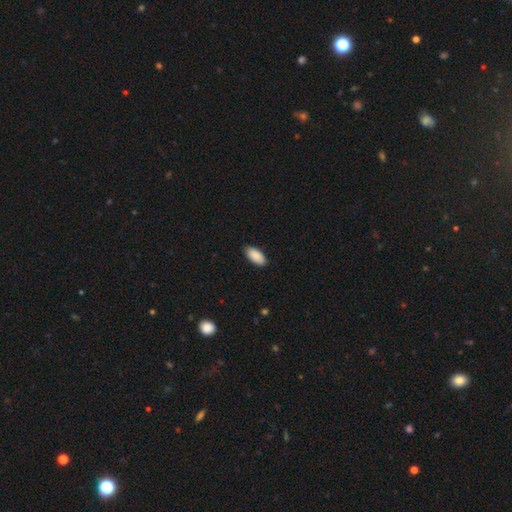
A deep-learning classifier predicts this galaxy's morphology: type=smooth (90%); roundness=in between (94%); merging=none (89%).